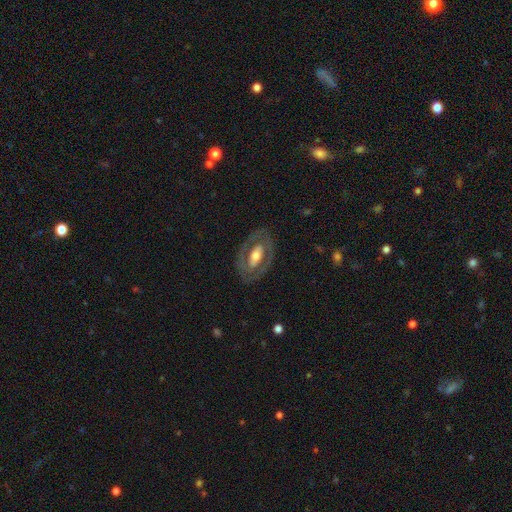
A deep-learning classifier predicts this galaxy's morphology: smooth_or_featured: featured or disk (p=0.64) [alt: smooth p=0.31]
disk_edge_on: no (p=0.91) [alt: yes p=0.09]
bar: no (p=0.49) [alt: weak p=0.26]
has_spiral_arms: no (p=0.63) [alt: yes p=0.37]
bulge_size: moderate (p=0.57) [alt: large p=0.23]
merging: none (p=0.80) [alt: minor disturbance p=0.12]